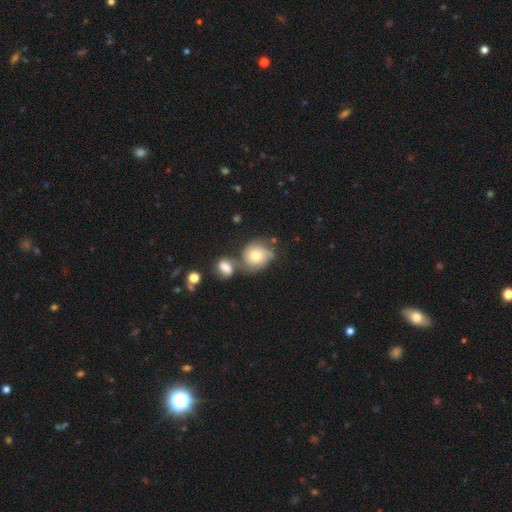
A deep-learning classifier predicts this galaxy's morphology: smooth-or-featured: smooth: 65% | featured or disk: 26% | star or artifact: 9%
  how-rounded: round: 77% | in between: 22% | cigar-shaped: 1%
  merging: none: 43% | merger: 32% | minor disturbance: 17% | major disturbance: 8%